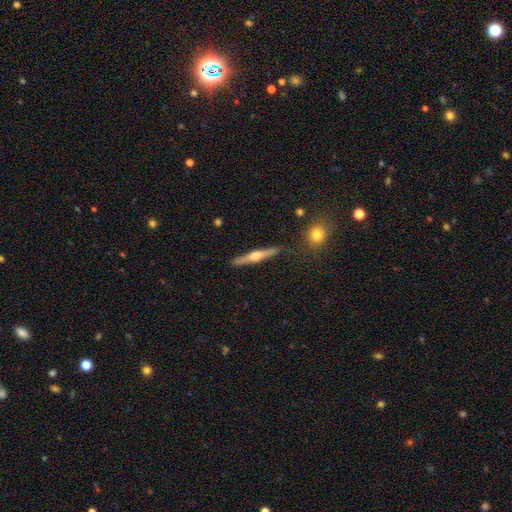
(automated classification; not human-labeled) smooth-or-featured: featured or disk: 66% | smooth: 28% | star or artifact: 6%
  disk-edge-on: yes: 97% | no: 3%
    edge-on-bulge: rounded: 90% | boxy: 5% | none: 5%
  merging: none: 88% | minor disturbance: 8% | merger: 2% | major disturbance: 2%